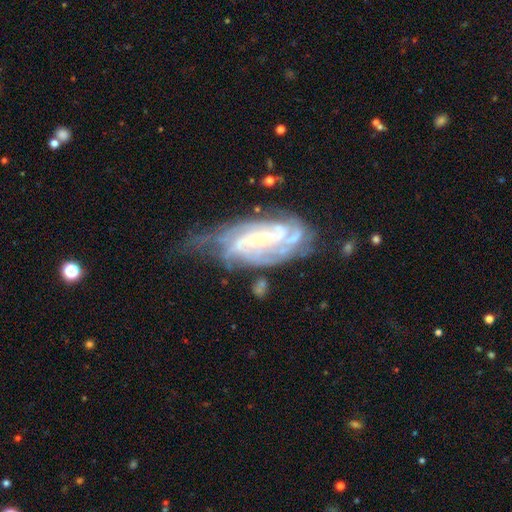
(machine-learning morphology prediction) A featured or disk galaxy (87%) with no bar (42%), tight (62%) spiral arms (96%) and a small central bulge (76%). Merging: none (50%).